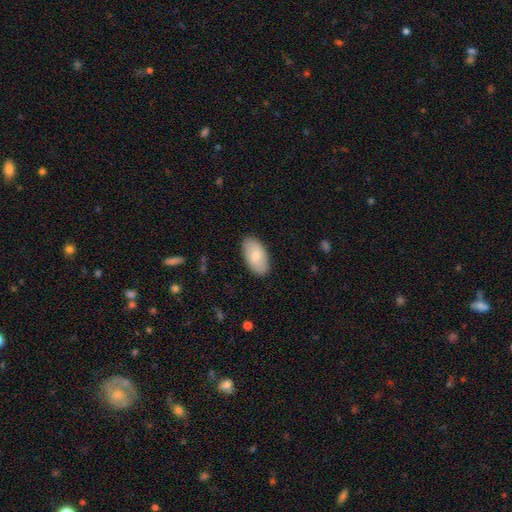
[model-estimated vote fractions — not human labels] Smooth or featured? Predicted: smooth (p=0.74). How rounded? Predicted: in between (p=0.95). Merging? Predicted: none (p=0.88).